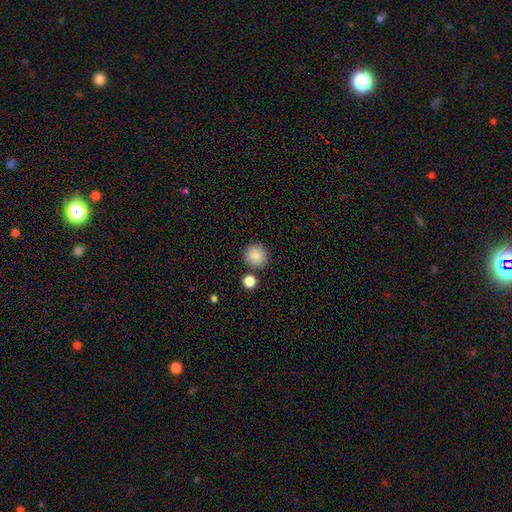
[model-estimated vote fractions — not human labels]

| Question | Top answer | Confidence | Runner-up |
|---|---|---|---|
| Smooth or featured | smooth | 86% | star or artifact (9%) |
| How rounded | round | 93% | in between (6%) |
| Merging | none | 86% | minor disturbance (7%) |